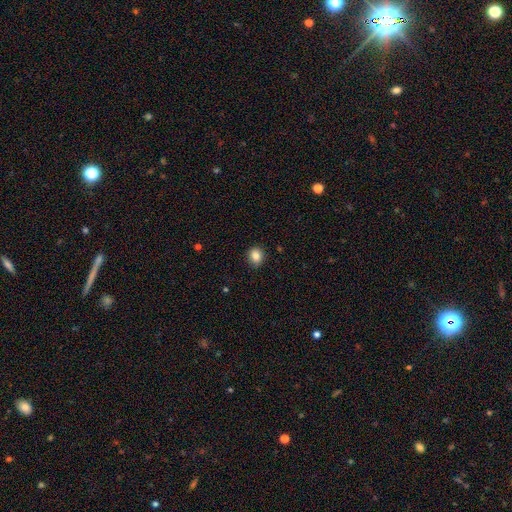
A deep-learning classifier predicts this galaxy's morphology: Smooth or featured?
  - smooth: 85% *
  - star or artifact: 10%
  - featured or disk: 5%
How rounded?
  - round: 76% *
  - in between: 23%
  - cigar-shaped: 1%
Merging?
  - none: 89% *
  - minor disturbance: 8%
  - major disturbance: 2%
  - merger: 1%